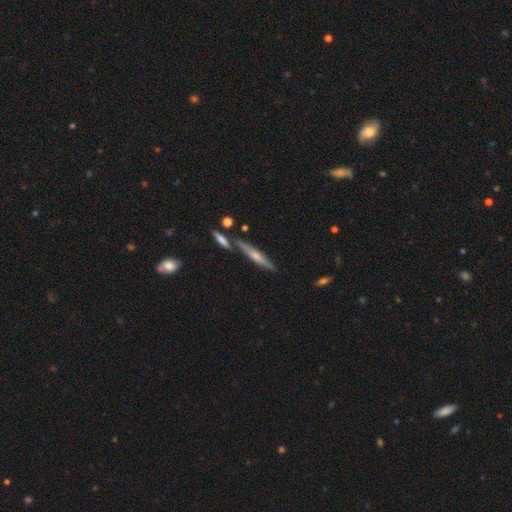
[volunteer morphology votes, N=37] Smooth or featured?
  - smooth: 54% *
  - featured or disk: 43%
  - star or artifact: 3%
How rounded?
  - cigar-shaped: 90% *
  - in between: 10%
  - round: 0%
Merging?
  - none: 75% *
  - minor disturbance: 17%
  - merger: 8%
  - major disturbance: 0%